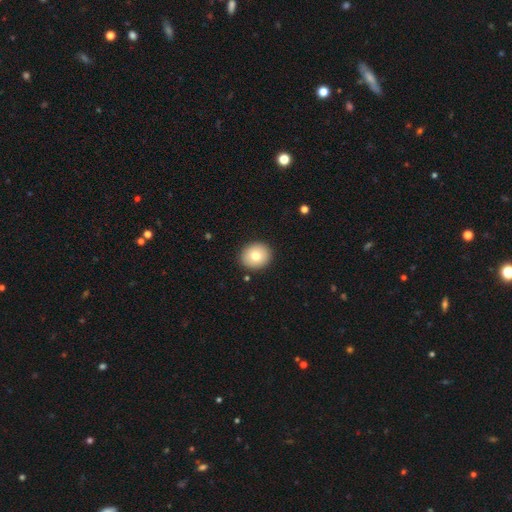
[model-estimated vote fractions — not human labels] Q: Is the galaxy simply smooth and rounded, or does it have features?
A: smooth — 77%.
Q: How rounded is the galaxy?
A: round — 83%.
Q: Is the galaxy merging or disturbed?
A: none — 91%.